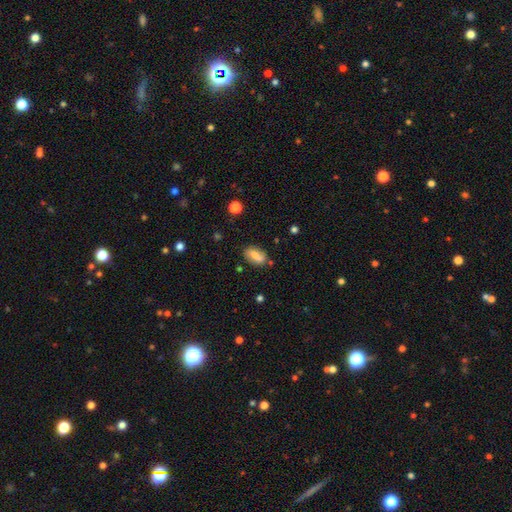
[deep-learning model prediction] smooth_or_featured: smooth (p=0.56) [alt: featured or disk p=0.36]
how_rounded: in between (p=0.83) [alt: round p=0.09]
merging: none (p=0.78) [alt: minor disturbance p=0.15]